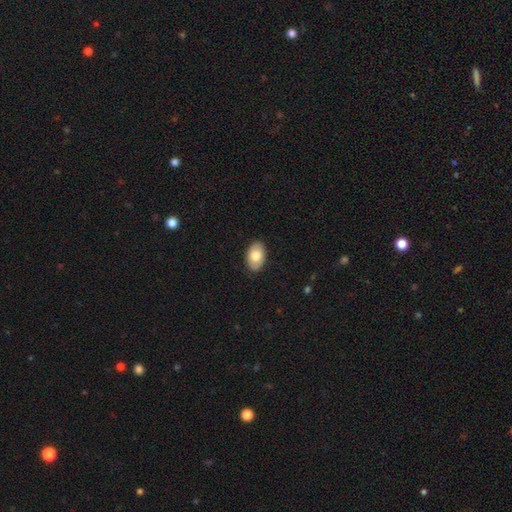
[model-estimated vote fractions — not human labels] Morphology: type=smooth (70%); roundness=in between (88%); merging=none (86%).